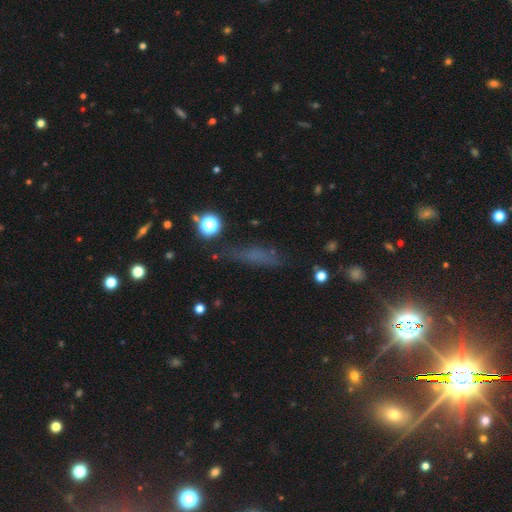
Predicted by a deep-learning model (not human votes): Smooth or featured? Predicted: smooth (p=0.50). How rounded? Predicted: cigar-shaped (p=0.69). Merging? Predicted: none (p=0.68).